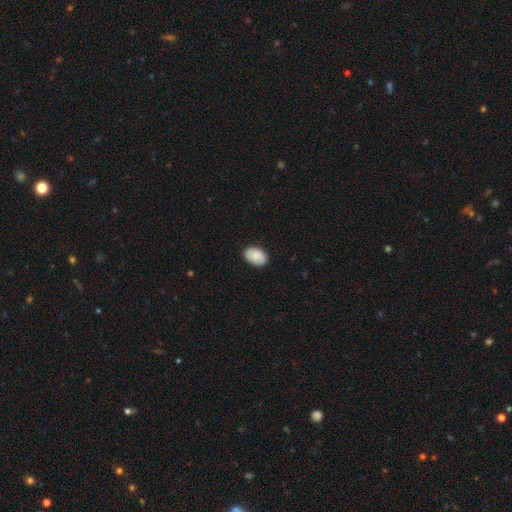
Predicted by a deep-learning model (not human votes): Smooth or featured? Predicted: smooth (p=0.78). How rounded? Predicted: in between (p=0.86). Merging? Predicted: none (p=0.84).